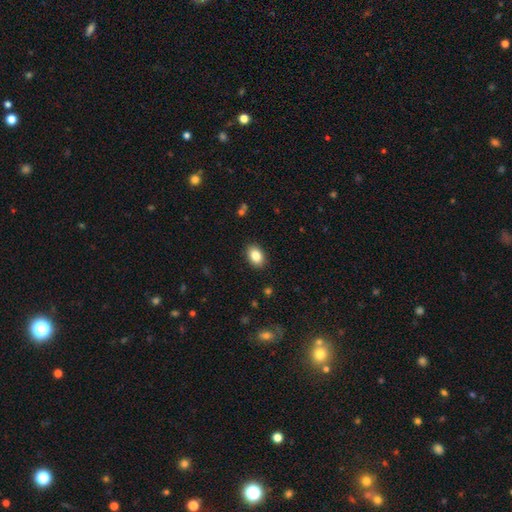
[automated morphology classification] smooth 85%, star or artifact 8%, featured or disk 7%. Down the decision tree: how rounded — in between (81%); merging — none (89%).